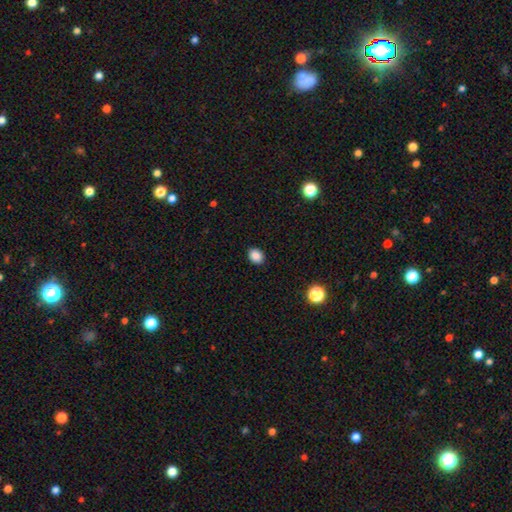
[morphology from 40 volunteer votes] smooth-or-featured: smooth: 95% | star or artifact: 5% | featured or disk: 0%
  how-rounded: round: 61% | in between: 39% | cigar-shaped: 0%
  merging: none: 92% | minor disturbance: 5% | merger: 3% | major disturbance: 0%